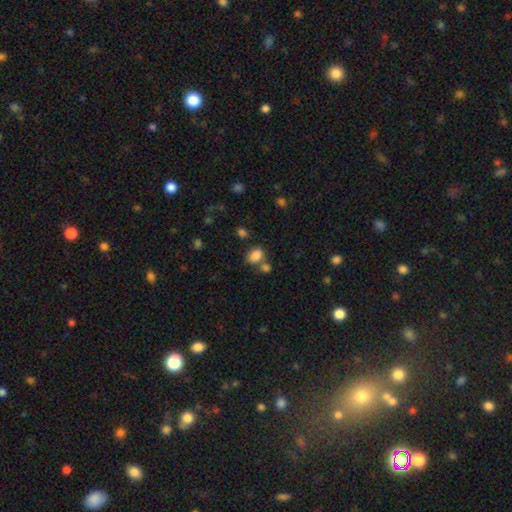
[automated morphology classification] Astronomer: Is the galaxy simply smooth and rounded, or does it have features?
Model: smooth — 84%.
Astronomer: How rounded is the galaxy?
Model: in between — 76%.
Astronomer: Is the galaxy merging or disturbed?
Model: none — 56%.